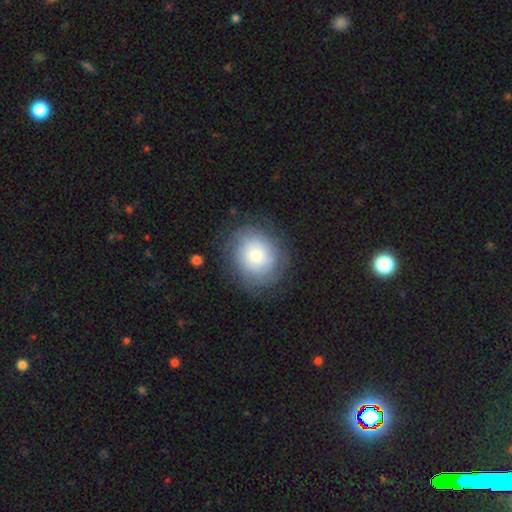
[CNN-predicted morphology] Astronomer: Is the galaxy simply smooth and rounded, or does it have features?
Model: smooth — 51% (runner-up: featured or disk, 41%).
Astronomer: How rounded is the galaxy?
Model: round — 76%.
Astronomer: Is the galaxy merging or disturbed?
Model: none — 77%.